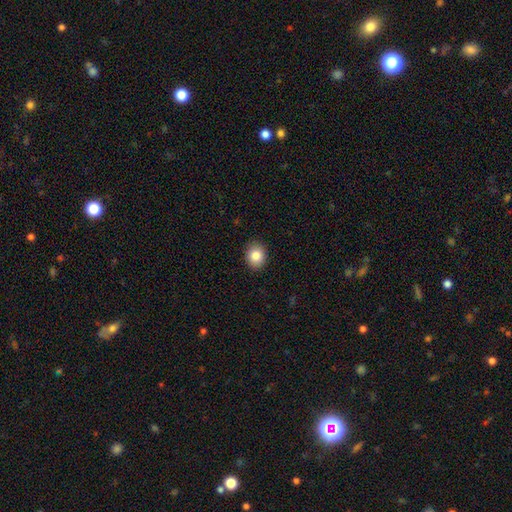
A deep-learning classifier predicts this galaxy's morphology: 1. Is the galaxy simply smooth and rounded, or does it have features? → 85% smooth, 9% star or artifact, 6% featured or disk.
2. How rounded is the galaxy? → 60% round, 39% in between, 1% cigar-shaped.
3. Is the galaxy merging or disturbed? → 90% none, 8% minor disturbance, 2% major disturbance, 1% merger.